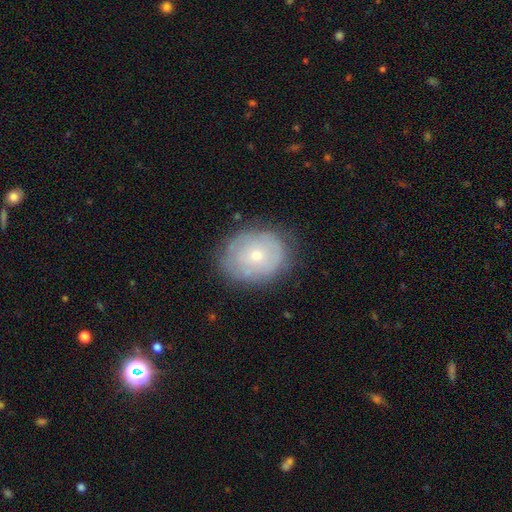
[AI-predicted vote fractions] Smooth or featured? Predicted: smooth (p=0.47). Merging? Predicted: none (p=0.74).